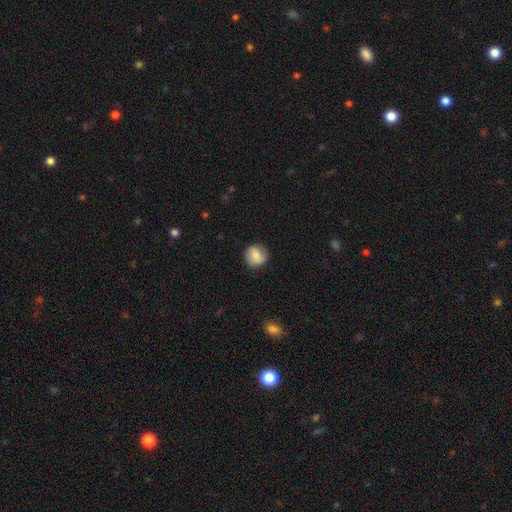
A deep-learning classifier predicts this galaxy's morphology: smooth 79%, featured or disk 14%, star or artifact 8%. Down the decision tree: how rounded — round (88%); merging — none (82%).